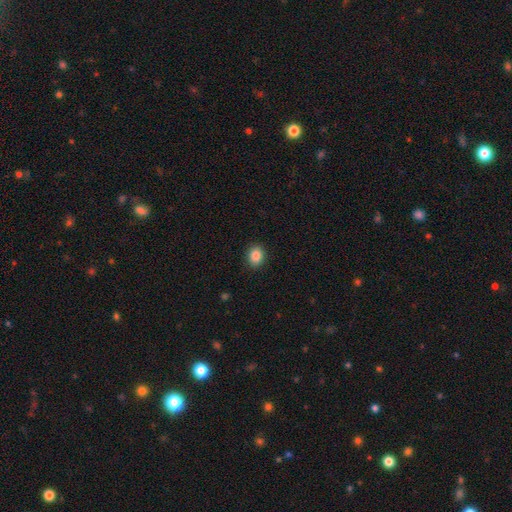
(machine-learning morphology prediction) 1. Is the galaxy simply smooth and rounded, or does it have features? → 86% smooth, 9% star or artifact, 4% featured or disk.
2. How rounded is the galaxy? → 57% round, 42% in between, 1% cigar-shaped.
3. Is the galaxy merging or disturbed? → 90% none, 7% minor disturbance, 2% major disturbance, 1% merger.